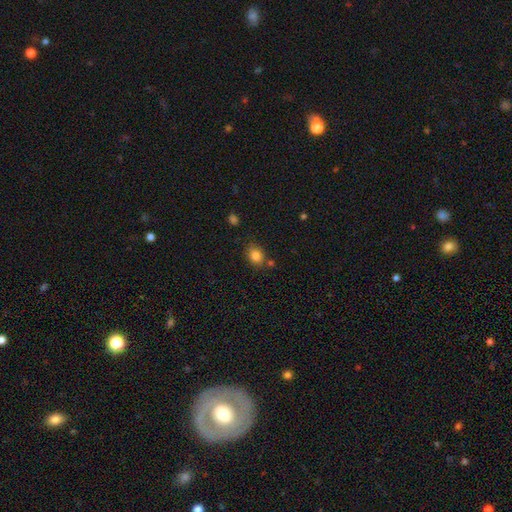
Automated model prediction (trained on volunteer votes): Overall: smooth (84%). How rounded: in between (51%; round 48%). Merging: none (73%).